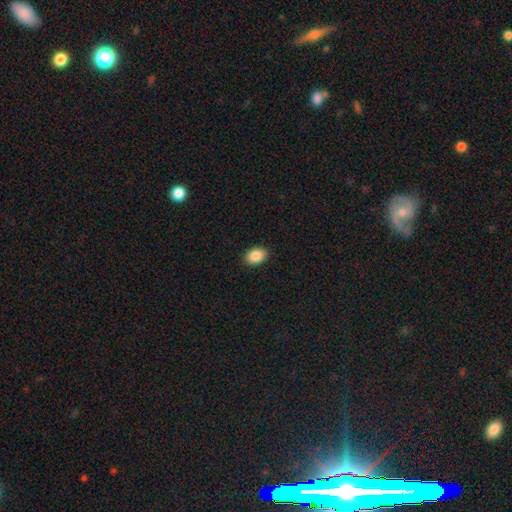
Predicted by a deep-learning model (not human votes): This appears to be a smooth galaxy with no disk features (88%) that is in between round and cigar-shaped (79%). Merging: none (91%).